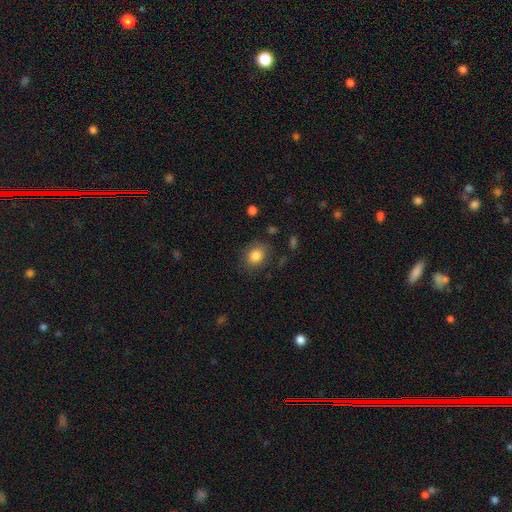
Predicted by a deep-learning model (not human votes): Smooth or featured? smooth (83%)
How rounded? round (58%)
Merging? none (79%)